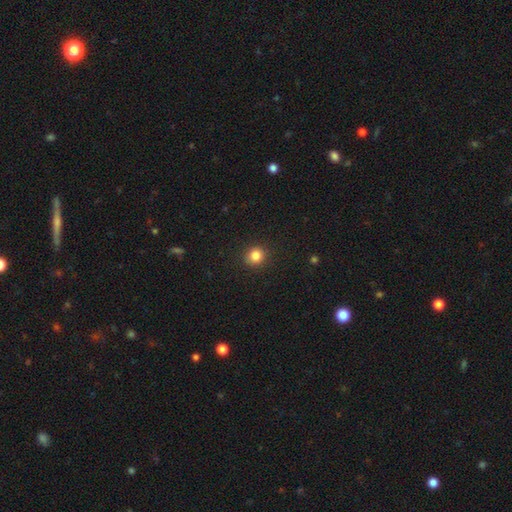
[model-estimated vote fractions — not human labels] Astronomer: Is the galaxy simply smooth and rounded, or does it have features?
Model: smooth — 84%.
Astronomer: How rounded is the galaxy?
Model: round — 88%.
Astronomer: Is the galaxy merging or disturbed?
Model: none — 91%.